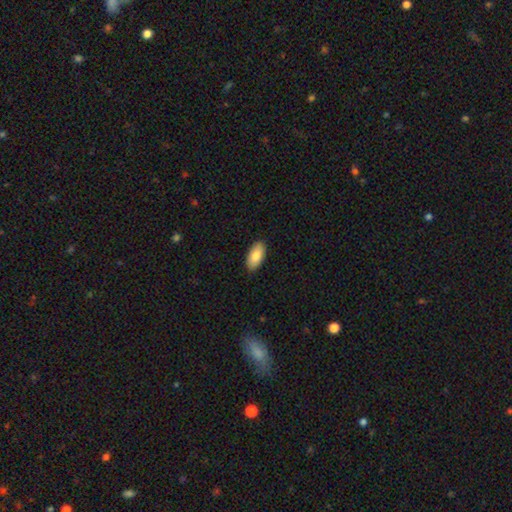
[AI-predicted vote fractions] Morphology: type=smooth (84%); roundness=in between (93%); merging=none (89%).